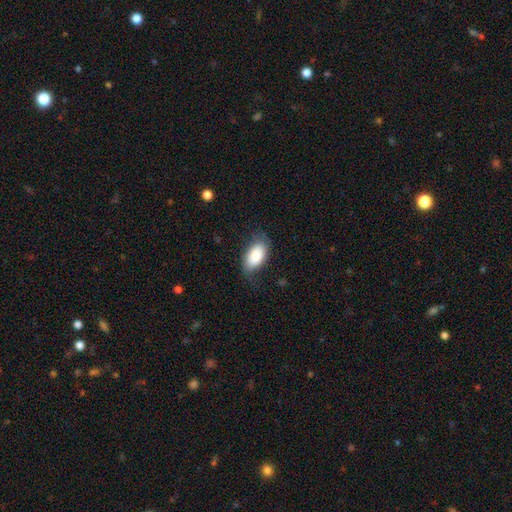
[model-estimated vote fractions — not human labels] Overall: smooth (80%). How rounded: in between (94%). Merging: none (66%).